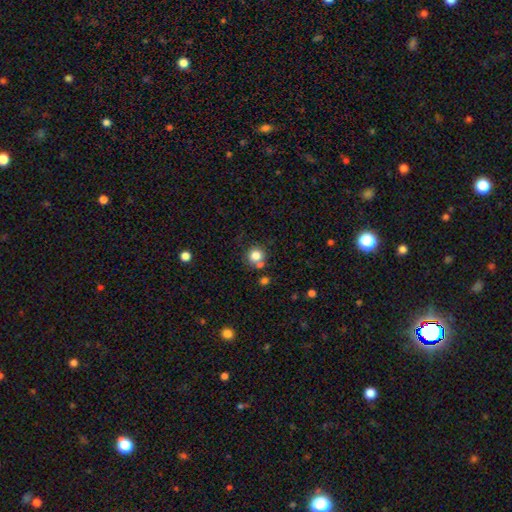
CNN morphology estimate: A smooth galaxy with no disk features (81%) that is round (91%).

Vote fractions:
- Smooth or featured? smooth: 81% / star or artifact: 12% / featured or disk: 7%
- How rounded? round: 91% / in between: 8% / cigar-shaped: 1%
- Merging? none: 68% / merger: 18% / minor disturbance: 10% / major disturbance: 4%